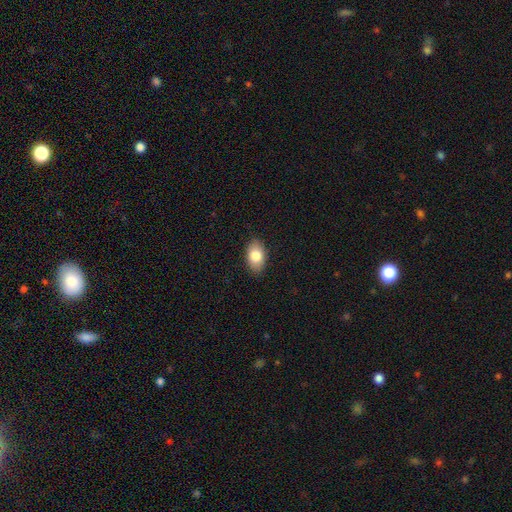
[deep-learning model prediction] This is clearly a smooth galaxy (81%). How rounded: clearly in between (91%). Merging: clearly none (88%).